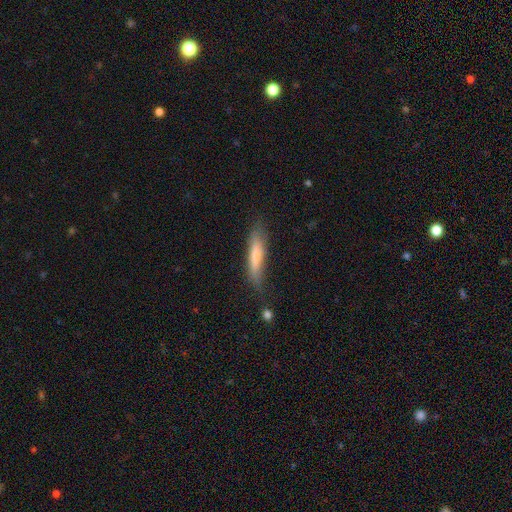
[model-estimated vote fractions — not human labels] smooth_or_featured: smooth (p=0.72) [alt: featured or disk p=0.22]
how_rounded: cigar-shaped (p=0.84) [alt: in between p=0.15]
merging: none (p=0.67) [alt: minor disturbance p=0.23]